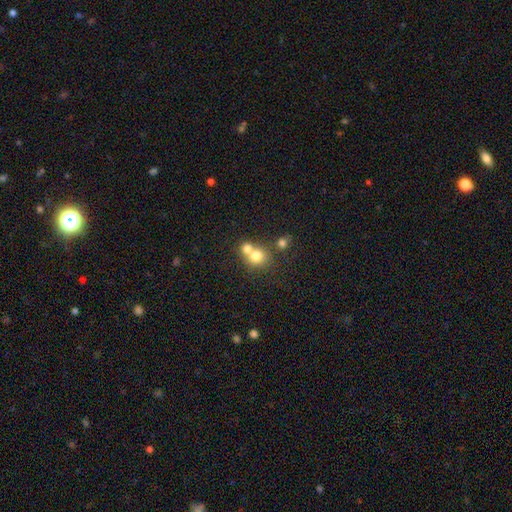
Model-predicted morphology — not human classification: Smooth or featured?
  - smooth: 74% *
  - featured or disk: 14%
  - star or artifact: 12%
How rounded?
  - round: 82% *
  - in between: 17%
  - cigar-shaped: 1%
Merging?
  - merger: 57% *
  - none: 35%
  - minor disturbance: 6%
  - major disturbance: 3%